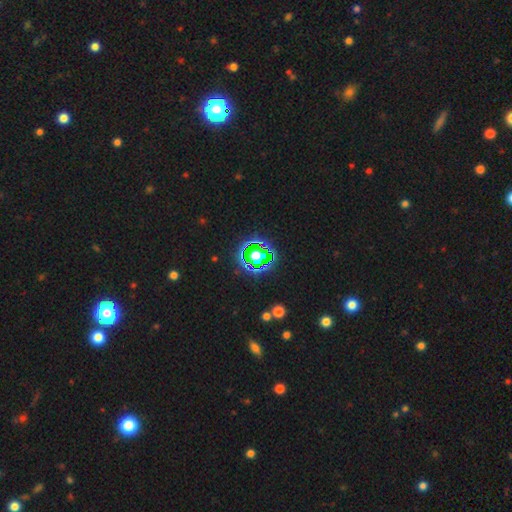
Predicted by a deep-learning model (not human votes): Smooth or featured: star or artifact — 61% (smooth — 22%)